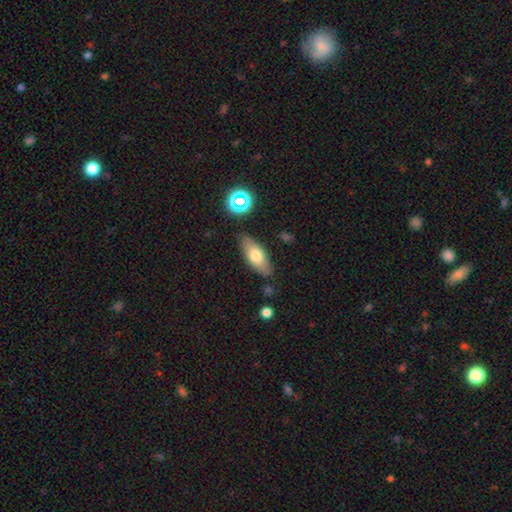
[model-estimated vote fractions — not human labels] The model was most divided on "smooth or featured": smooth: 68%, featured or disk: 24%, star or artifact: 8%. More confident: merging — none (82%); how rounded — in between (79%).